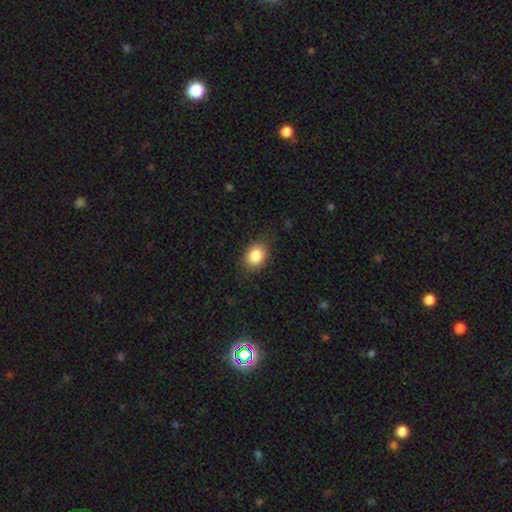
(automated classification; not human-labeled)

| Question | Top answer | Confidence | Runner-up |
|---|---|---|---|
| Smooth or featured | smooth | 85% | star or artifact (9%) |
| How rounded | in between | 55% | round (44%) |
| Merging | none | 81% | minor disturbance (14%) |